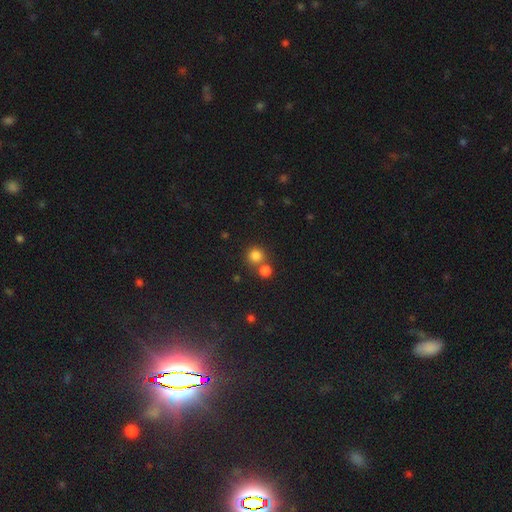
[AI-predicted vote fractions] smooth-or-featured: smooth: 81% | star or artifact: 14% | featured or disk: 6%
  how-rounded: round: 90% | in between: 9% | cigar-shaped: 1%
  merging: none: 60% | merger: 29% | minor disturbance: 7% | major disturbance: 3%